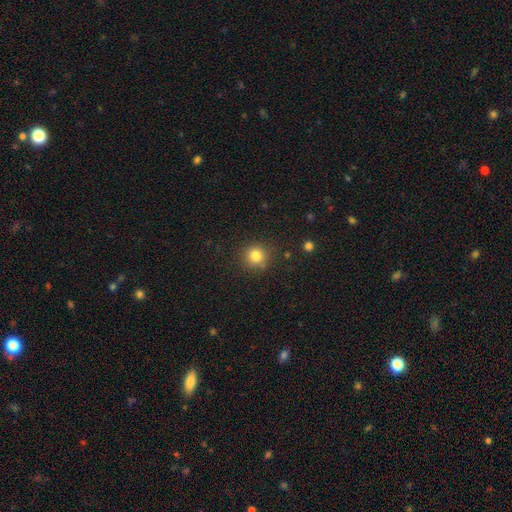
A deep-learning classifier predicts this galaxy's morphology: smooth_or_featured: smooth (p=0.82) [alt: star or artifact p=0.12]
how_rounded: round (p=0.92) [alt: in between p=0.08]
merging: none (p=0.86) [alt: minor disturbance p=0.09]